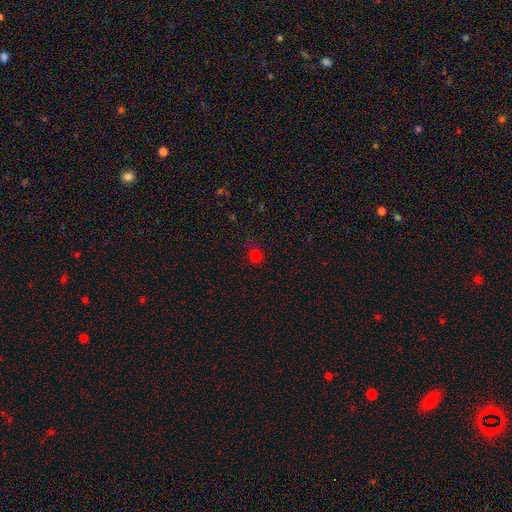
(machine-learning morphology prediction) Smooth or featured: smooth — 72% (star or artifact — 23%)
How rounded: round — 74% (in between — 25%)
Merging: none — 77% (minor disturbance — 15%)